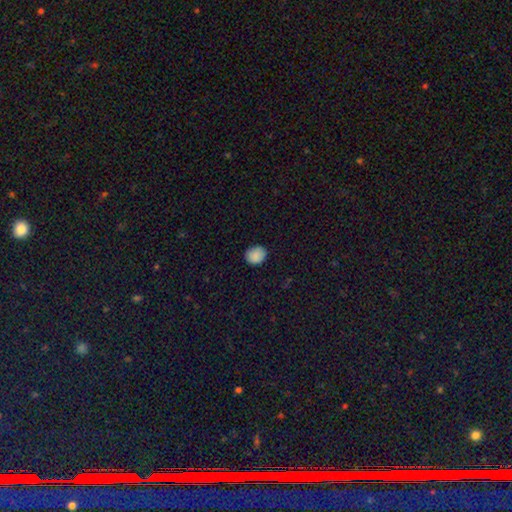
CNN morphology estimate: type=smooth (87%); roundness=round (70%); merging=none (84%).